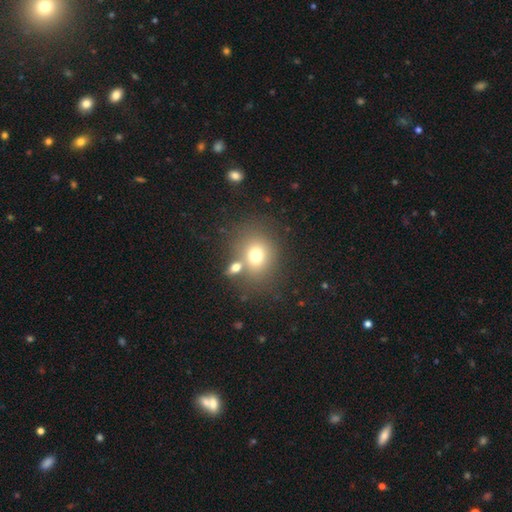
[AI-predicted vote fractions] A smooth galaxy with no disk features (72%) that is round (61%). Merging: none (60%).